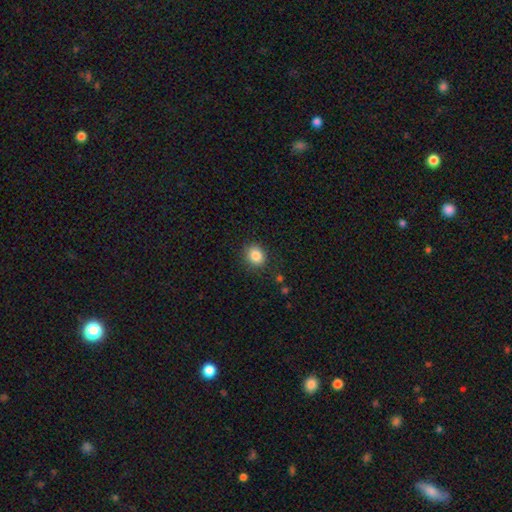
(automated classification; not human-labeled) A smooth galaxy with no disk features (85%) that is round (70%). Merging: none (87%).